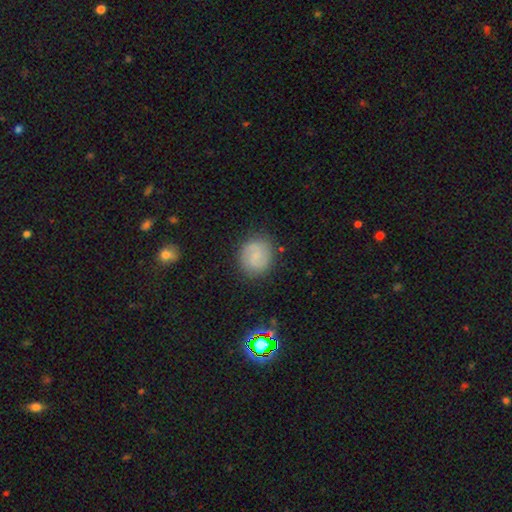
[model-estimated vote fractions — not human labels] Q: Smooth or featured?
A: smooth (48%); runner-up: featured or disk (42%)
Q: Merging?
A: none (83%); runner-up: minor disturbance (12%)